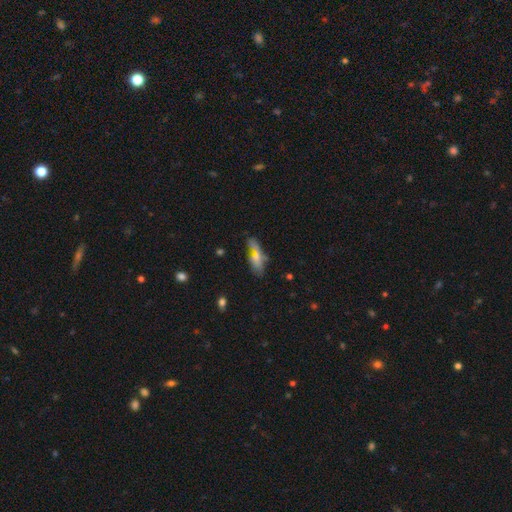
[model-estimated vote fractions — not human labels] smooth_or_featured: smooth (p=0.53) [alt: featured or disk p=0.37]
how_rounded: in between (p=0.60) [alt: cigar-shaped p=0.37]
merging: none (p=0.47) [alt: minor disturbance p=0.25]